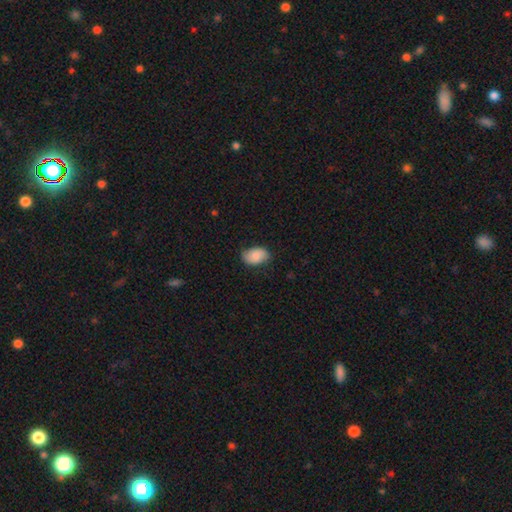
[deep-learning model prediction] smooth_or_featured: smooth (p=0.80) [alt: featured or disk p=0.13]
how_rounded: in between (p=0.88) [alt: round p=0.10]
merging: none (p=0.75) [alt: minor disturbance p=0.20]